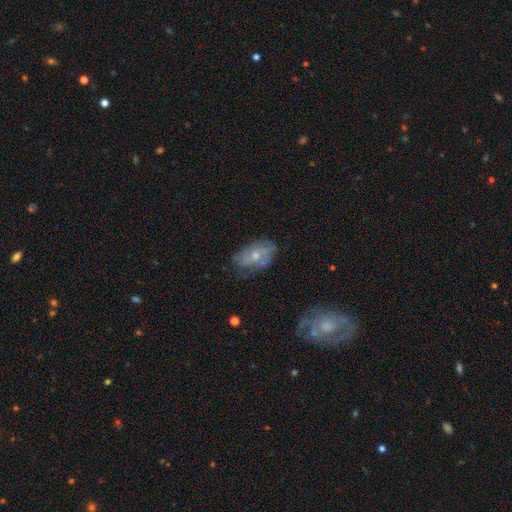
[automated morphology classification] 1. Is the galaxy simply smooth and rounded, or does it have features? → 49% featured or disk, 43% smooth, 9% star or artifact.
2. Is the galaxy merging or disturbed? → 62% none, 25% minor disturbance, 9% major disturbance, 4% merger.